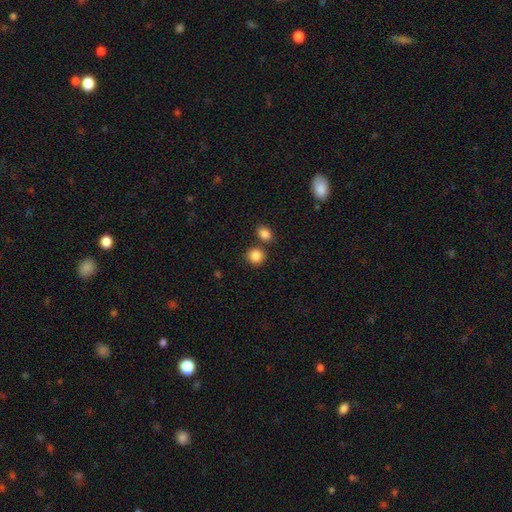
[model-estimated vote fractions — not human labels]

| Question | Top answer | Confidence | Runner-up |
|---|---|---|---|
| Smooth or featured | smooth | 87% | star or artifact (9%) |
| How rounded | round | 84% | in between (15%) |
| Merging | none | 75% | merger (14%) |